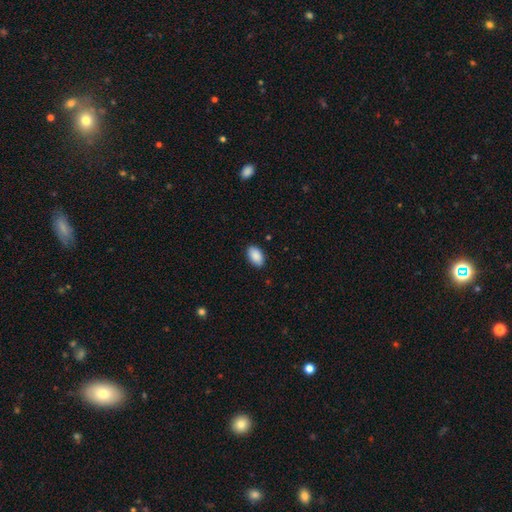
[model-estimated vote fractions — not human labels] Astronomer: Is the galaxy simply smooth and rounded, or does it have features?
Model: smooth — 90%.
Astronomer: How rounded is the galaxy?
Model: in between — 94%.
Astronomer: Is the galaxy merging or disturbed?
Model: none — 87%.